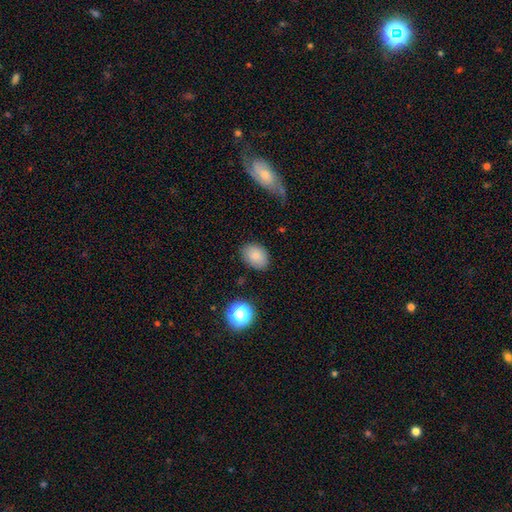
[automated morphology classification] Smooth or featured? smooth (83%)
How rounded? in between (74%)
Merging? none (82%)